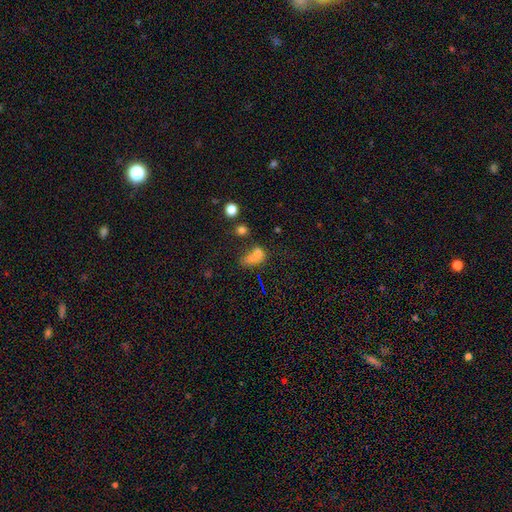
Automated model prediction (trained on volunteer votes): This appears to be a smooth galaxy with no disk features (68%) that is in between round and cigar-shaped (69%). Merging: merger (35%).